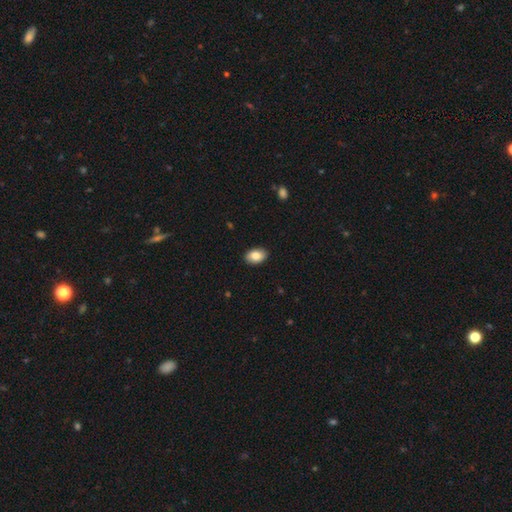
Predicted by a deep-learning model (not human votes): smooth-or-featured: smooth: 83% | featured or disk: 10% | star or artifact: 7%
  how-rounded: in between: 89% | round: 10% | cigar-shaped: 1%
  merging: none: 90% | minor disturbance: 8% | major disturbance: 2% | merger: 1%